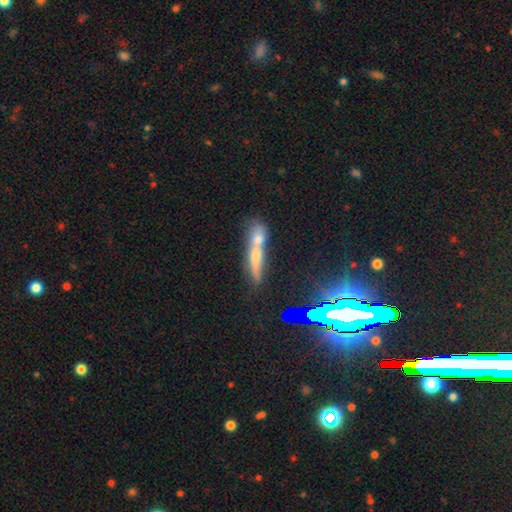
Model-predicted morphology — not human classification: The model was most divided on "merging": merger: 46%, none: 35%, minor disturbance: 12%, major disturbance: 7%. Remaining: smooth or featured — smooth (48%).